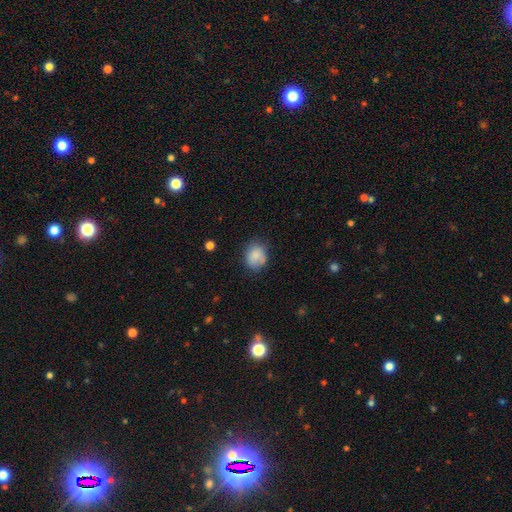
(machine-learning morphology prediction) smooth 82%, featured or disk 9%, star or artifact 9%. Down the decision tree: how rounded — round (59%); merging — none (63%).